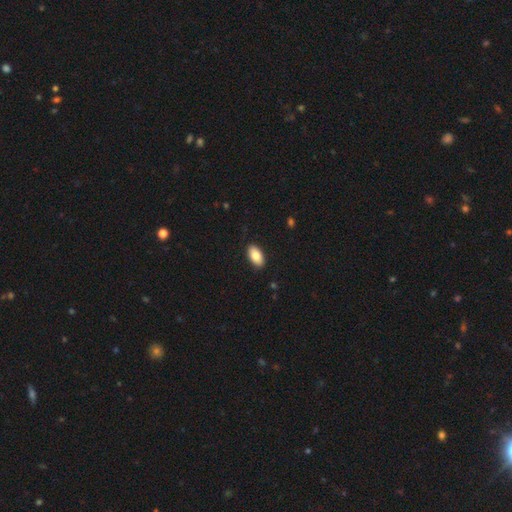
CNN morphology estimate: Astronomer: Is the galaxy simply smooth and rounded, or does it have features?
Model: smooth — 83%.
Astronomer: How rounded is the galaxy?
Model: in between — 94%.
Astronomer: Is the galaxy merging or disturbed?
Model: none — 89%.